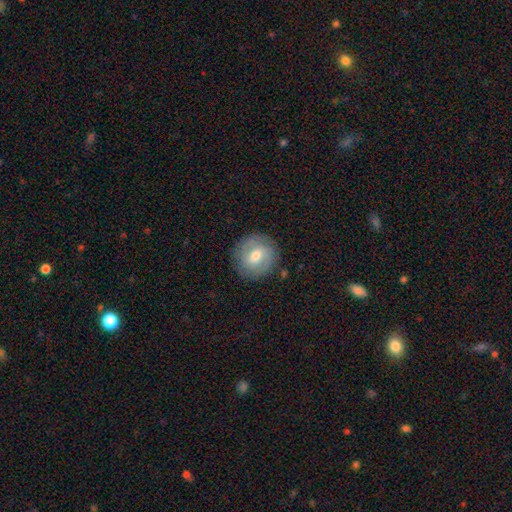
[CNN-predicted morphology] Smooth or featured? Predicted: smooth (p=0.47). Merging? Predicted: none (p=0.85).